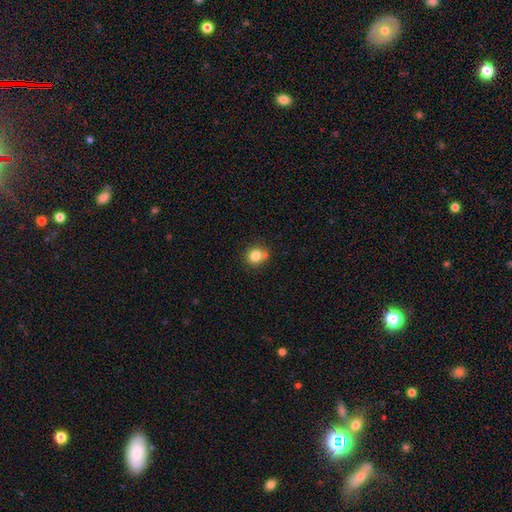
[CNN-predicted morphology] This is clearly a smooth galaxy (83%). How rounded: clearly round (81%). Merging: likely none (66%).